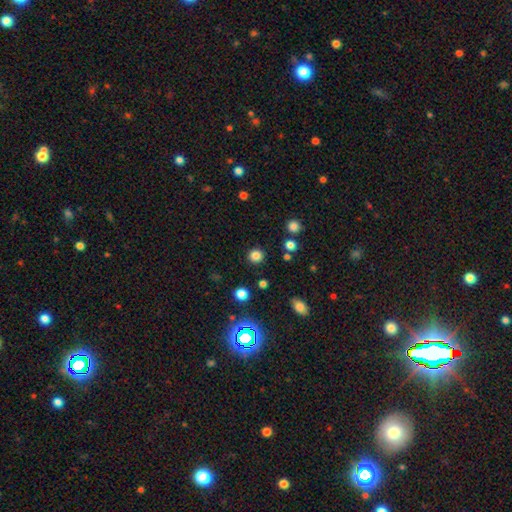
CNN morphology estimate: type=smooth (81%); roundness=round (94%); merging=none (90%).